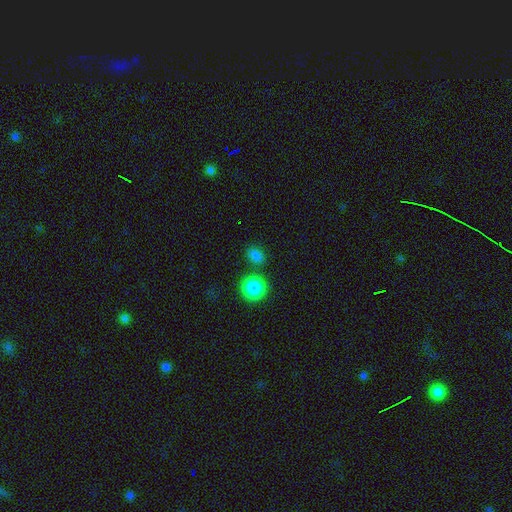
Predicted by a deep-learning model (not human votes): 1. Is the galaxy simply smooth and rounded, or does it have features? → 83% smooth, 13% star or artifact, 4% featured or disk.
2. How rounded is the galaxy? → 53% round, 46% in between, 2% cigar-shaped.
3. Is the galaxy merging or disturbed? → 77% none, 11% minor disturbance, 9% merger, 3% major disturbance.